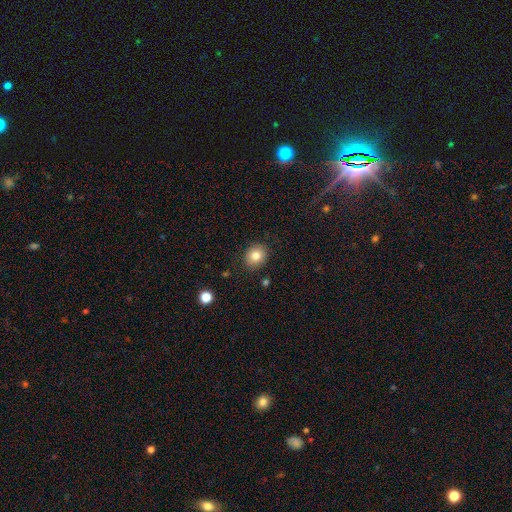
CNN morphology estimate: A smooth galaxy with no disk features (82%) that is round (68%). Merging: none (87%).